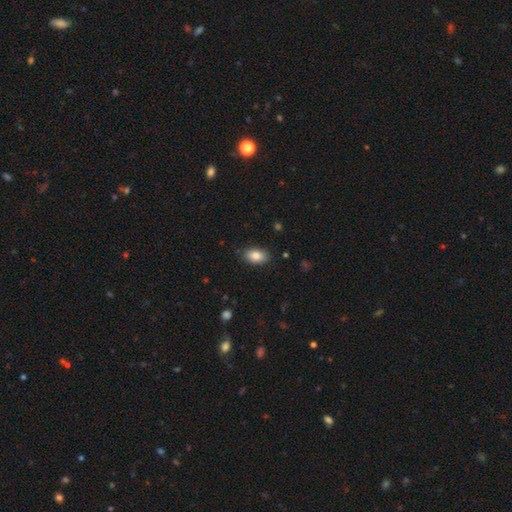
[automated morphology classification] Overall: smooth (86%). How rounded: in between (91%). Merging: none (87%).